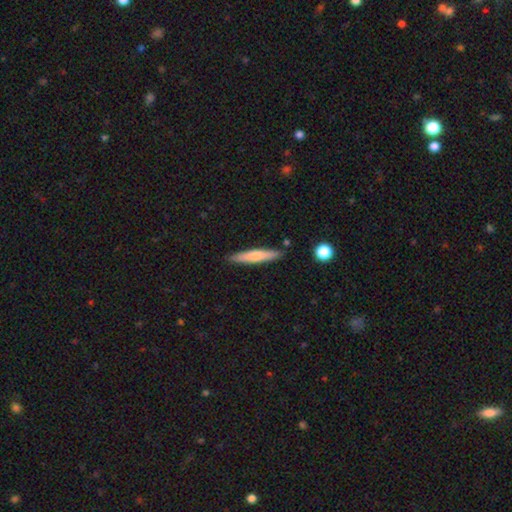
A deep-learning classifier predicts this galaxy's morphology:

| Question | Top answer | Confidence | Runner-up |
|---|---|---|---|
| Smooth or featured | smooth | 64% | featured or disk (30%) |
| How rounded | cigar-shaped | 91% | in between (7%) |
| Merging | none | 86% | minor disturbance (9%) |